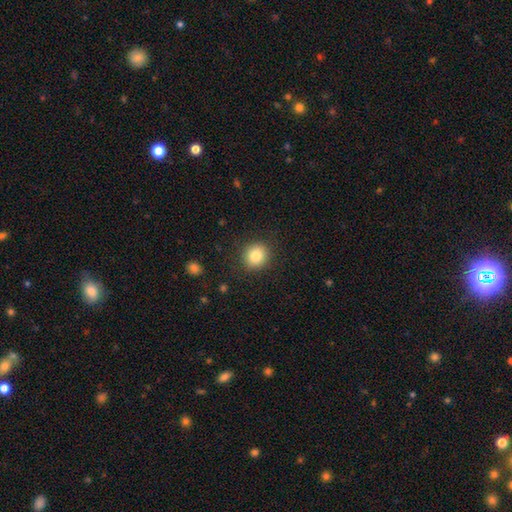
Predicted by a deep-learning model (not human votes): Smooth or featured? smooth (83%)
How rounded? round (86%)
Merging? none (89%)